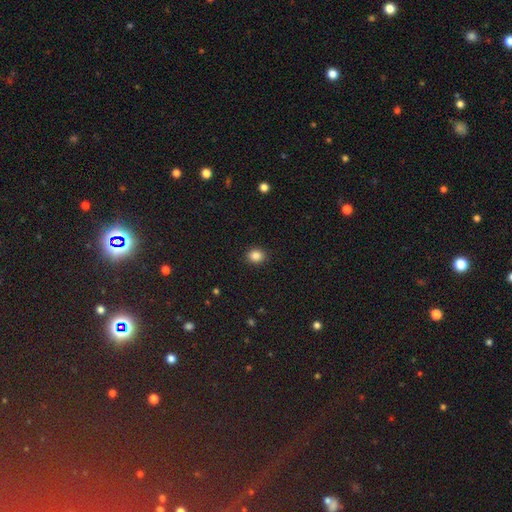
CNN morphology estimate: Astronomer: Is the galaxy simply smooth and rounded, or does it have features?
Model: smooth — 86%.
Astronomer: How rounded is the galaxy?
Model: round — 68%.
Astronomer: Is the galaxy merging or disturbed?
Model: none — 90%.